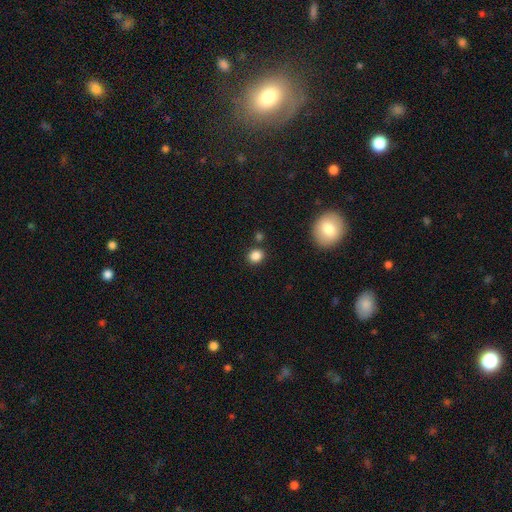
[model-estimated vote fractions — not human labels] Smooth or featured?
  - smooth: 85% *
  - star or artifact: 11%
  - featured or disk: 4%
How rounded?
  - round: 73% *
  - in between: 26%
  - cigar-shaped: 1%
Merging?
  - none: 81% *
  - minor disturbance: 9%
  - merger: 7%
  - major disturbance: 3%